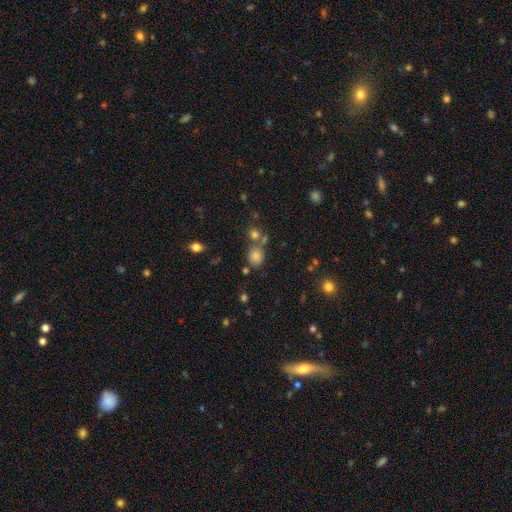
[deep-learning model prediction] This appears to be a smooth galaxy with no disk features (73%) that is round (77%). Merging: none (66%).